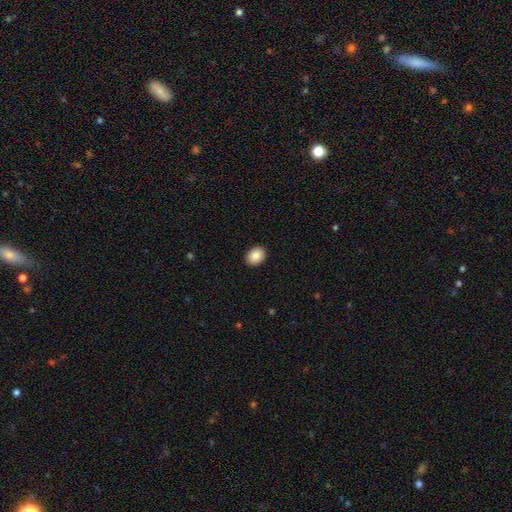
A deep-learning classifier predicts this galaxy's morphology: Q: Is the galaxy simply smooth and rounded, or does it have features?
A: smooth — 87%.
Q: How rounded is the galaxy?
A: in between — 67%.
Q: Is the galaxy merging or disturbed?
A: none — 91%.